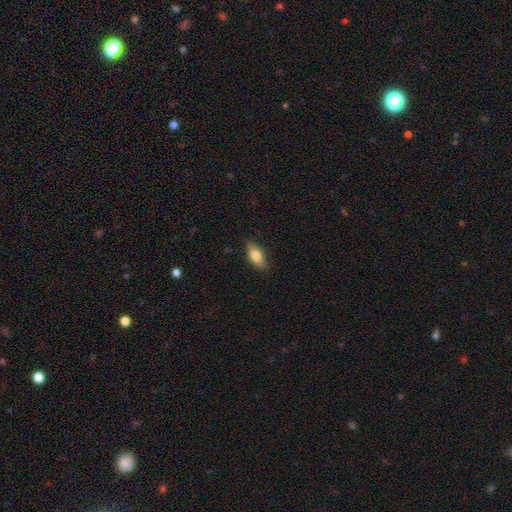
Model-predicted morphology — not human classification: Smooth or featured? smooth (76%)
How rounded? in between (81%)
Merging? none (83%)